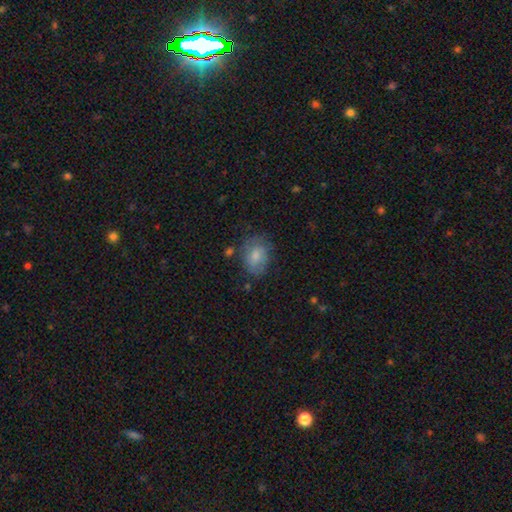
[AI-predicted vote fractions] Q: Smooth or featured?
A: smooth (72%); runner-up: featured or disk (20%)
Q: How rounded?
A: in between (67%); runner-up: round (32%)
Q: Merging?
A: none (58%); runner-up: minor disturbance (26%)